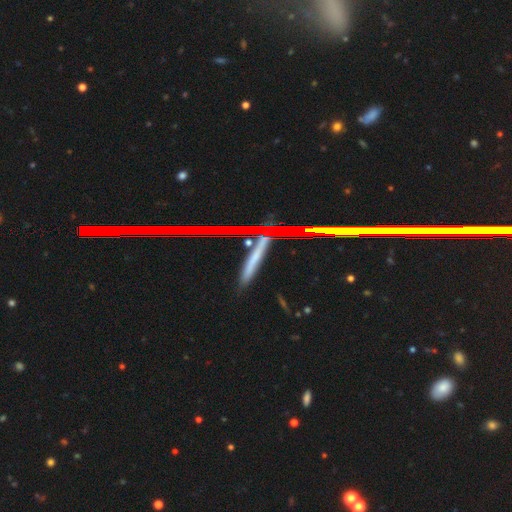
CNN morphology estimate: The model was most divided on "smooth or featured": featured or disk: 36%, star or artifact: 34%, smooth: 30%. More confident: merging — none (80%).